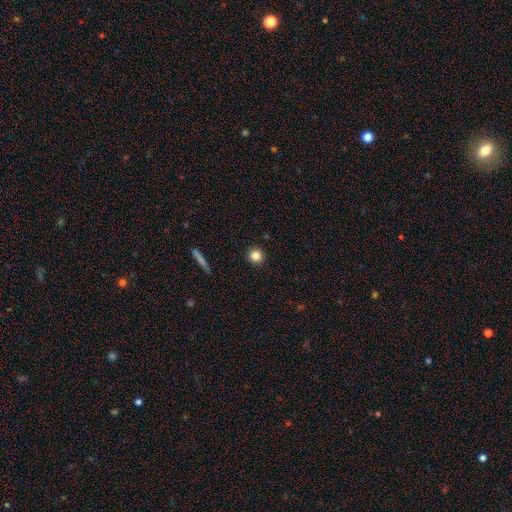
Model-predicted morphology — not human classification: smooth 83%, star or artifact 11%, featured or disk 6%. Down the decision tree: how rounded — round (93%); merging — none (92%).